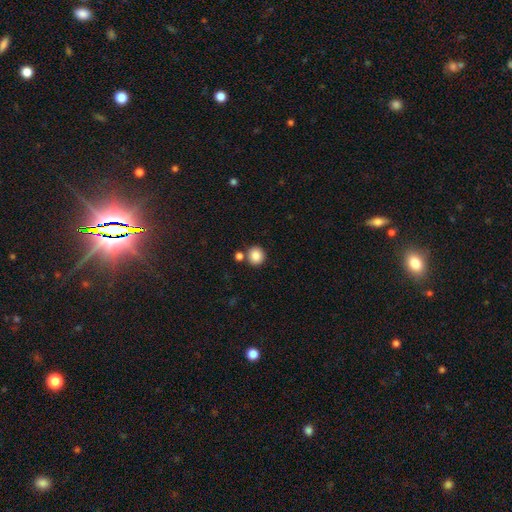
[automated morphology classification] smooth_or_featured: smooth (p=0.86) [alt: star or artifact p=0.10]
how_rounded: round (p=0.90) [alt: in between p=0.09]
merging: none (p=0.78) [alt: merger p=0.13]